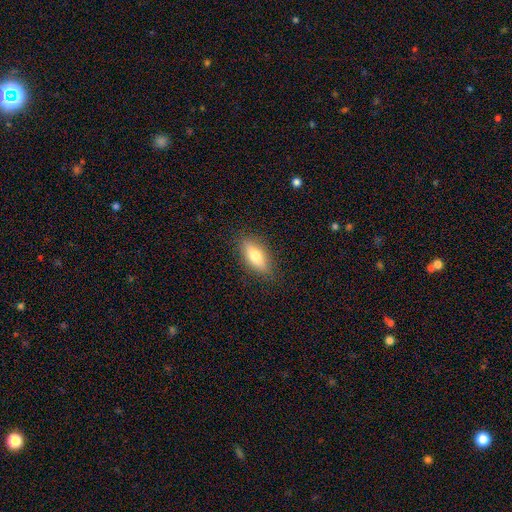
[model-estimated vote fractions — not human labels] A smooth galaxy with no disk features (69%) that is in between round and cigar-shaped (70%). Merging: none (86%).